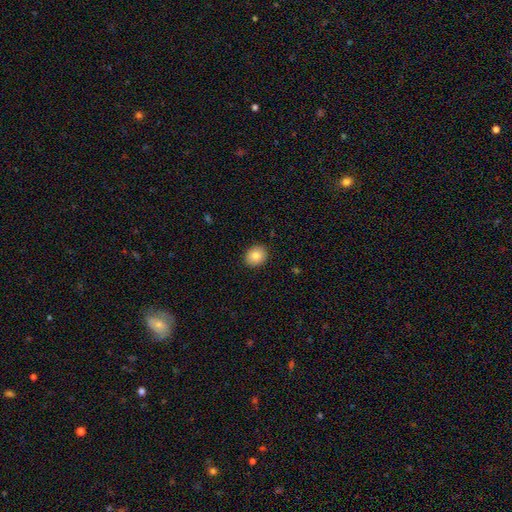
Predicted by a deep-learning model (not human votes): smooth-or-featured: smooth: 83% | star or artifact: 9% | featured or disk: 8%
  how-rounded: round: 59% | in between: 41% | cigar-shaped: 1%
  merging: none: 90% | minor disturbance: 7% | major disturbance: 2% | merger: 1%